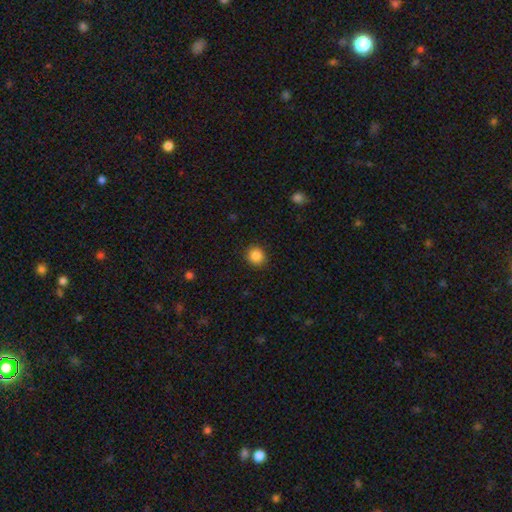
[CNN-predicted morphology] smooth_or_featured: smooth (p=0.86) [alt: star or artifact p=0.10]
how_rounded: round (p=0.85) [alt: in between p=0.14]
merging: none (p=0.90) [alt: minor disturbance p=0.07]